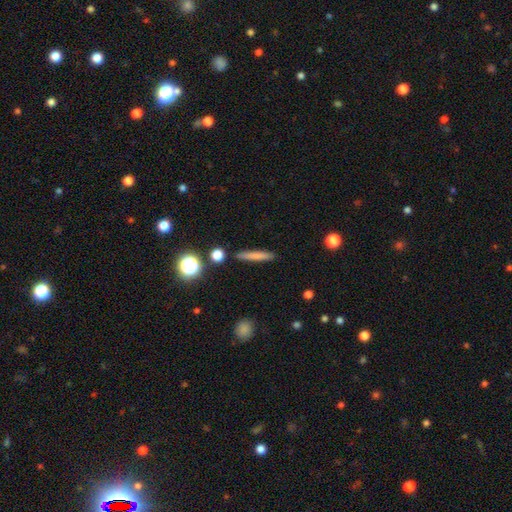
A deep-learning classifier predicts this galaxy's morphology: Smooth or featured?
  - smooth: 73% *
  - featured or disk: 18%
  - star or artifact: 9%
How rounded?
  - cigar-shaped: 91% *
  - in between: 5%
  - round: 3%
Merging?
  - none: 89% *
  - minor disturbance: 7%
  - merger: 2%
  - major disturbance: 2%